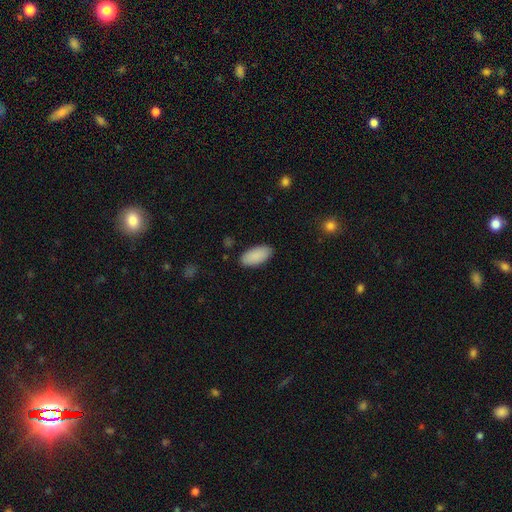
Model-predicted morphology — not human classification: smooth-or-featured: smooth: 90% | star or artifact: 6% | featured or disk: 4%
  how-rounded: in between: 93% | cigar-shaped: 5% | round: 2%
  merging: none: 88% | minor disturbance: 9% | major disturbance: 2% | merger: 1%